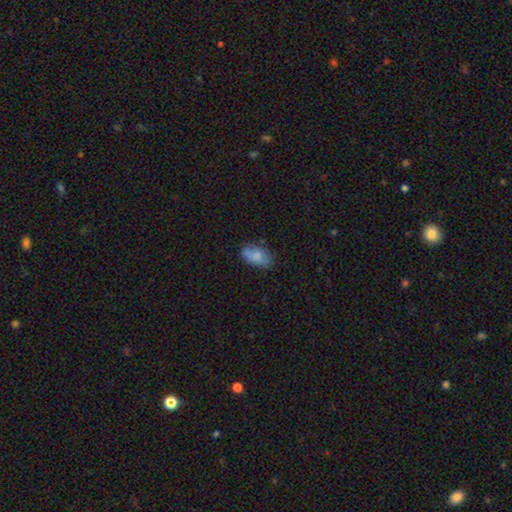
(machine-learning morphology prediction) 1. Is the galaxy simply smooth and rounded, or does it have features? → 79% smooth, 14% featured or disk, 7% star or artifact.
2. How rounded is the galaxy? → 92% in between, 6% round, 2% cigar-shaped.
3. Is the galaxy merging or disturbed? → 67% none, 24% minor disturbance, 6% major disturbance, 4% merger.